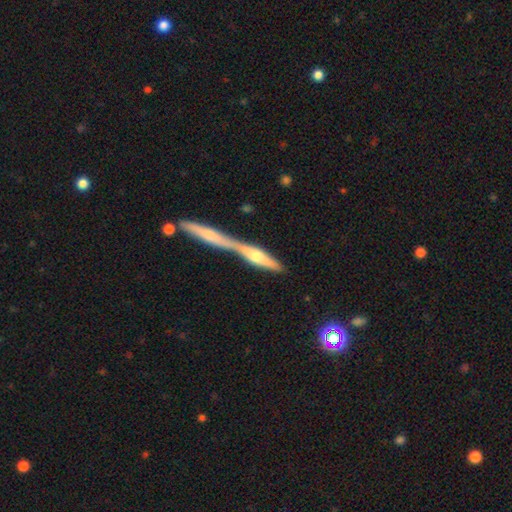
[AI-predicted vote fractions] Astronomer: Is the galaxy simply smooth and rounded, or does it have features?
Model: featured or disk — 56% (runner-up: smooth, 36%).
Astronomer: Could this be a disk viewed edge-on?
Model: yes — 89%.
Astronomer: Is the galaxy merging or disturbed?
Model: merger — 49% (runner-up: none, 37%).